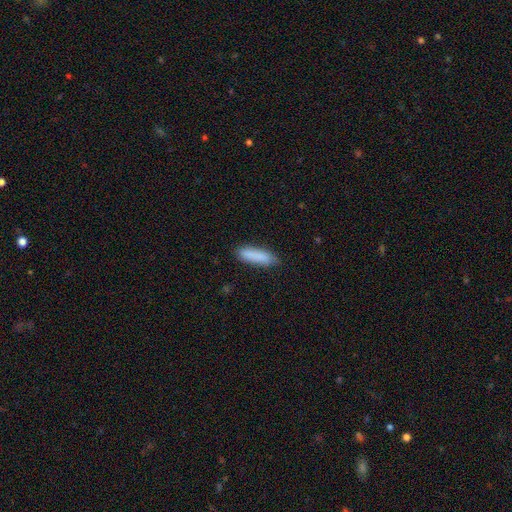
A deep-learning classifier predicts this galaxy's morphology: Smooth or featured? Predicted: smooth (p=0.87). How rounded? Predicted: cigar-shaped (p=0.65). Merging? Predicted: none (p=0.83).